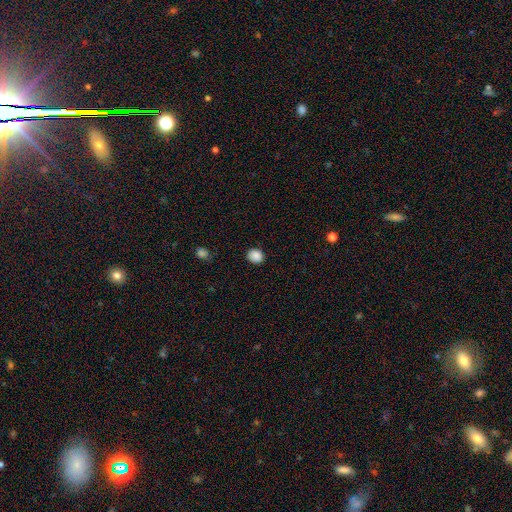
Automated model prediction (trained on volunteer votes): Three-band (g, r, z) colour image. It shows a smooth galaxy with no disk features (87%) that is round (79%). Merging: none (88%).